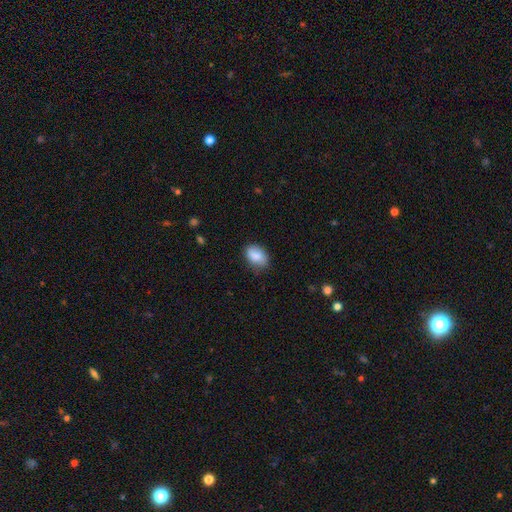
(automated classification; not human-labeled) The model was most divided on "merging": none: 76%, minor disturbance: 20%, major disturbance: 4%, merger: 1%. More confident: smooth or featured — smooth (86%); how rounded — in between (85%).